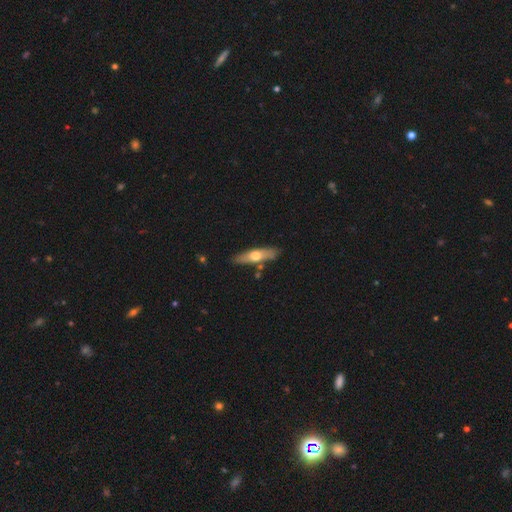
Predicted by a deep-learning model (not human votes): Smooth or featured? smooth (48%)
Merging? none (82%)